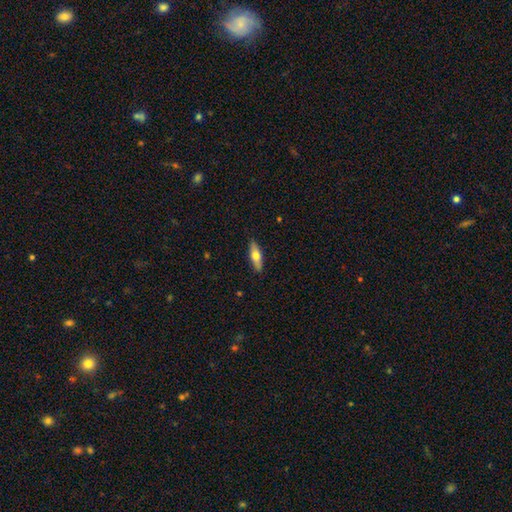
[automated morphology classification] smooth_or_featured: smooth (p=0.57) [alt: featured or disk p=0.37]
how_rounded: cigar-shaped (p=0.49) [tied with: in between p=0.49]
merging: none (p=0.89) [alt: minor disturbance p=0.08]